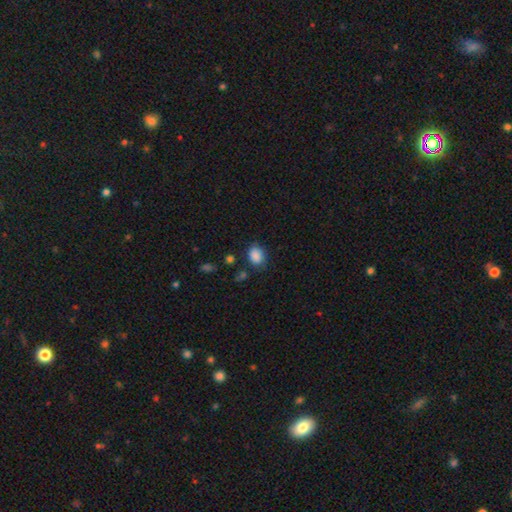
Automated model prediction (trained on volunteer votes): smooth 87%, star or artifact 9%, featured or disk 4%. Down the decision tree: how rounded — in between (63%); merging — none (72%).